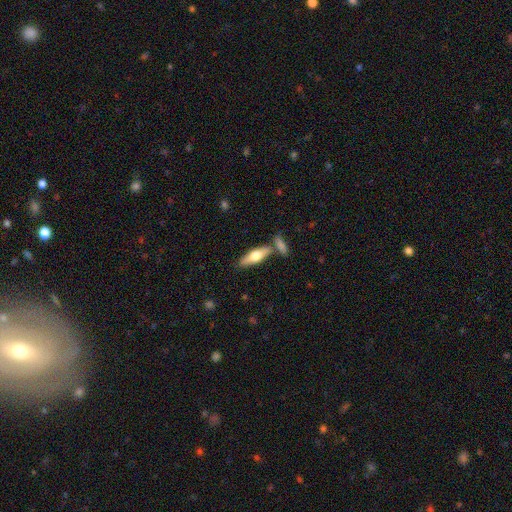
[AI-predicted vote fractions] Overall: smooth (57%; featured or disk 38%). How rounded: cigar-shaped (51%; in between 47%). Merging: none (69%).